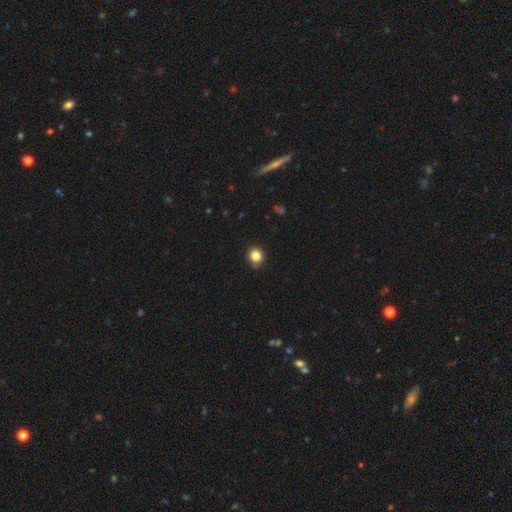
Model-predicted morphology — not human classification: This is clearly a smooth galaxy (83%). How rounded: clearly round (82%). Merging: likely none (79%).